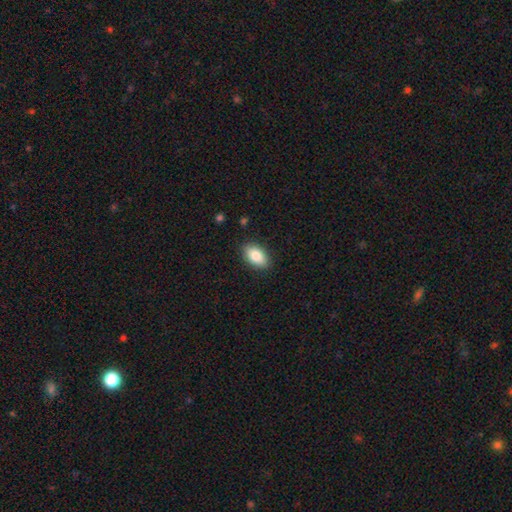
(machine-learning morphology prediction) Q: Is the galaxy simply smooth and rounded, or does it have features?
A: smooth — 86%.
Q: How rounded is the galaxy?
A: in between — 92%.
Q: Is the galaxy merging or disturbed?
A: none — 88%.